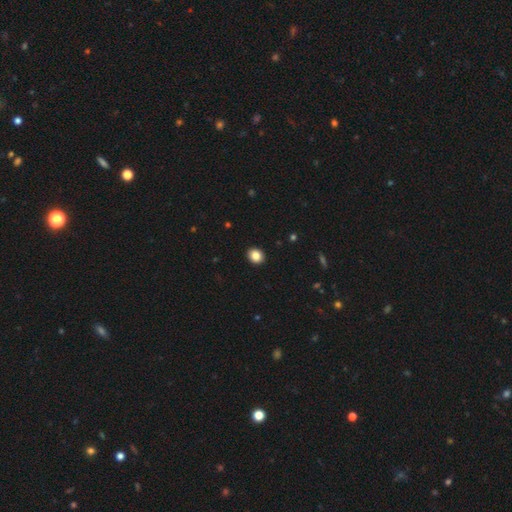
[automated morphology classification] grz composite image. It shows a smooth galaxy with no disk features (85%) that is round (67%). Merging: none (92%).